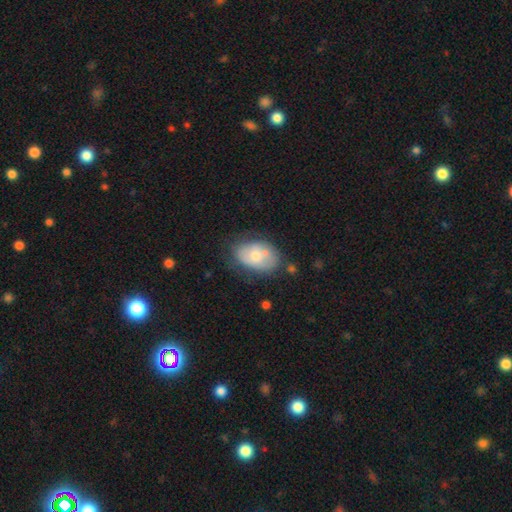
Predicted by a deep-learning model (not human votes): smooth 61%, featured or disk 32%, star or artifact 7%. Down the decision tree: how rounded — in between (84%); merging — none (53%).